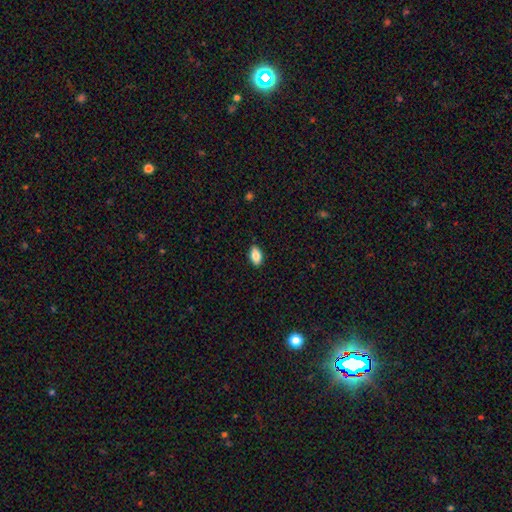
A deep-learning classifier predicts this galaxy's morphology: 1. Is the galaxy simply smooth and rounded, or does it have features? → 84% smooth, 9% featured or disk, 8% star or artifact.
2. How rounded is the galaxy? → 90% in between, 6% round, 4% cigar-shaped.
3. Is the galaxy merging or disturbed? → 84% none, 12% minor disturbance, 2% major disturbance, 1% merger.